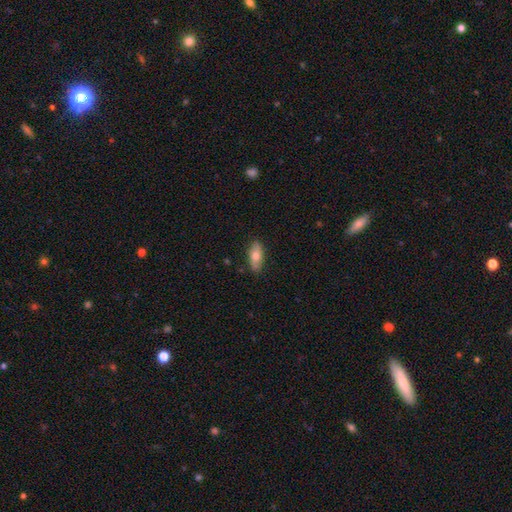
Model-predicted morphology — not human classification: Smooth or featured: smooth — 69% (featured or disk — 25%)
How rounded: in between — 84% (cigar-shaped — 12%)
Merging: none — 86% (minor disturbance — 11%)